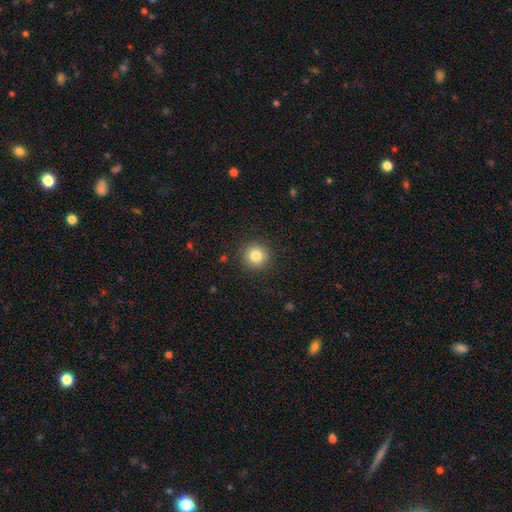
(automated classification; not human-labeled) smooth 83%, star or artifact 11%, featured or disk 6%. Down the decision tree: how rounded — round (94%); merging — none (91%).